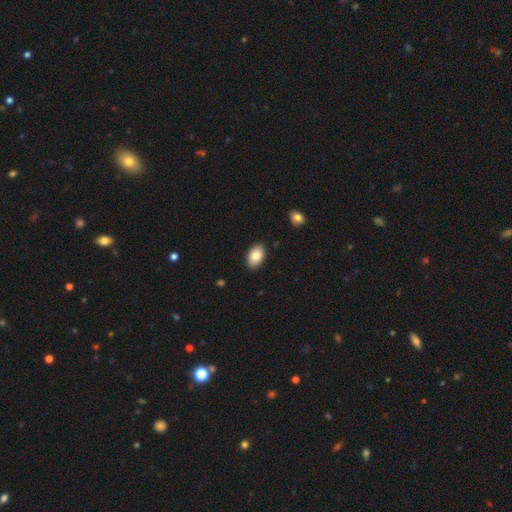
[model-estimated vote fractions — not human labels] Q: Smooth or featured?
A: smooth (85%); runner-up: featured or disk (8%)
Q: How rounded?
A: in between (91%); runner-up: round (8%)
Q: Merging?
A: none (89%); runner-up: minor disturbance (8%)